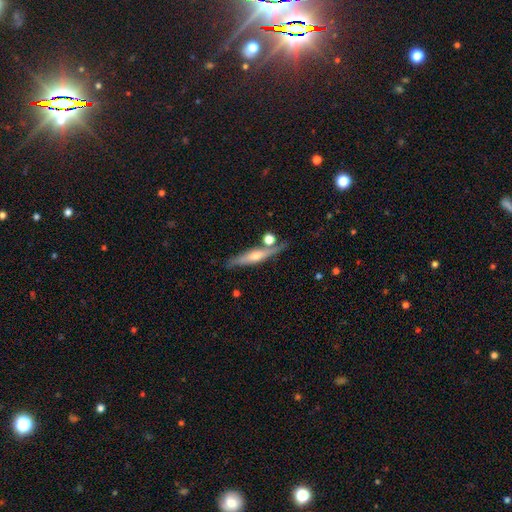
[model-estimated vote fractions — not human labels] Smooth or featured? featured or disk (59%)
Edge-on disk? yes (91%)
Edge-on bulge? rounded (83%)
Merging? none (72%)